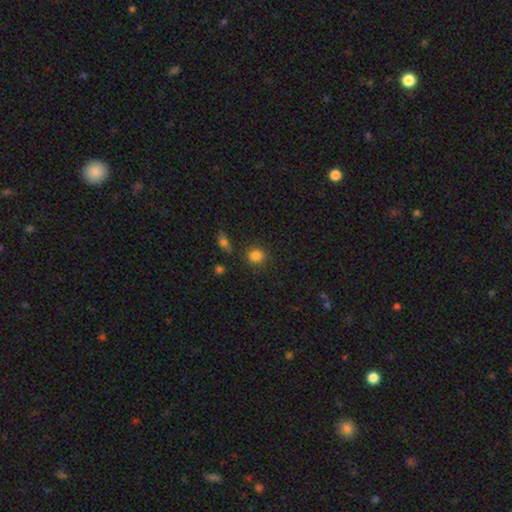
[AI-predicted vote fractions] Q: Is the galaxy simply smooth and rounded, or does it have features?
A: smooth — 84%.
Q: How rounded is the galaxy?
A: round — 83%.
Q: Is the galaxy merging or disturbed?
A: none — 81%.